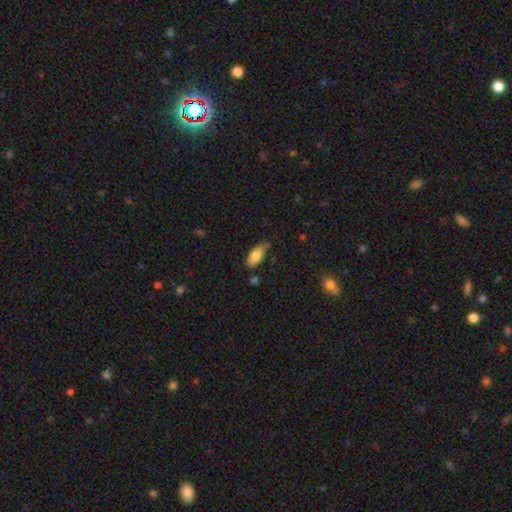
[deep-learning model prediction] Overall: smooth (82%). How rounded: in between (84%). Merging: none (70%).